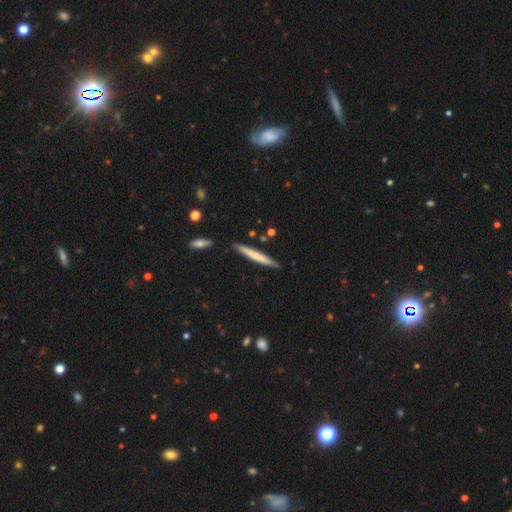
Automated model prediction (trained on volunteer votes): The model was most divided on "smooth or featured": smooth: 64%, featured or disk: 31%, star or artifact: 6%. More confident: how rounded — cigar-shaped (96%); merging — none (85%).